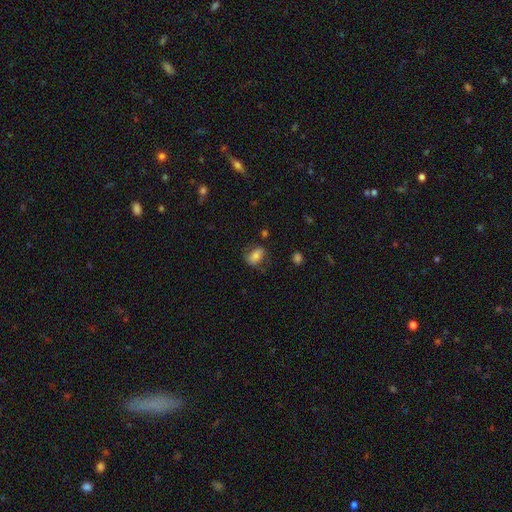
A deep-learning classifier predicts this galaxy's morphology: smooth-or-featured: smooth: 75% | featured or disk: 16% | star or artifact: 9%
  how-rounded: in between: 80% | round: 18% | cigar-shaped: 2%
  merging: none: 66% | minor disturbance: 22% | major disturbance: 10% | merger: 2%